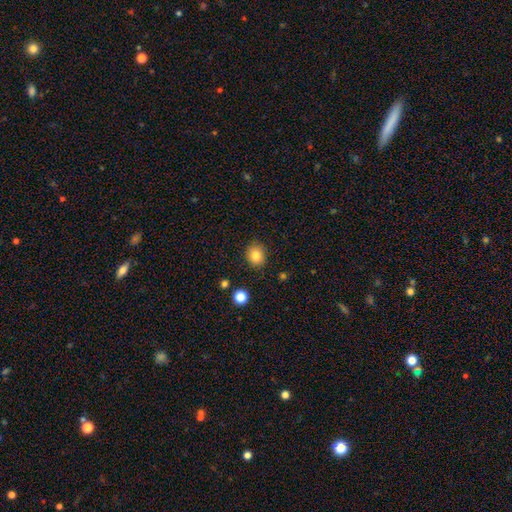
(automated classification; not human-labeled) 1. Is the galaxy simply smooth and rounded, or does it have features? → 82% smooth, 11% star or artifact, 7% featured or disk.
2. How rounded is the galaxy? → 72% round, 27% in between, 1% cigar-shaped.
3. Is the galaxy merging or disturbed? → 86% none, 10% minor disturbance, 2% major disturbance, 2% merger.